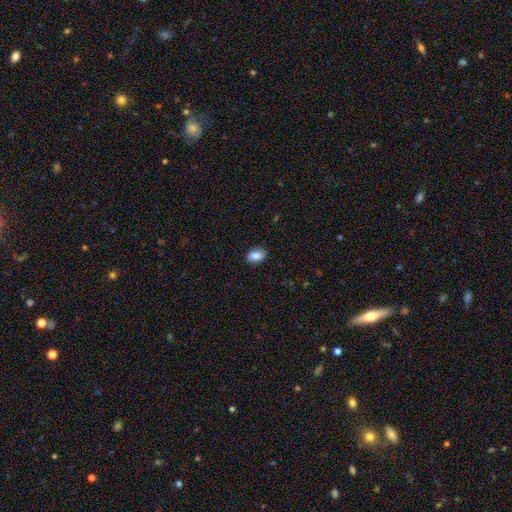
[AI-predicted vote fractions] Smooth or featured? Predicted: smooth (p=0.82). How rounded? Predicted: in between (p=0.87). Merging? Predicted: none (p=0.86).